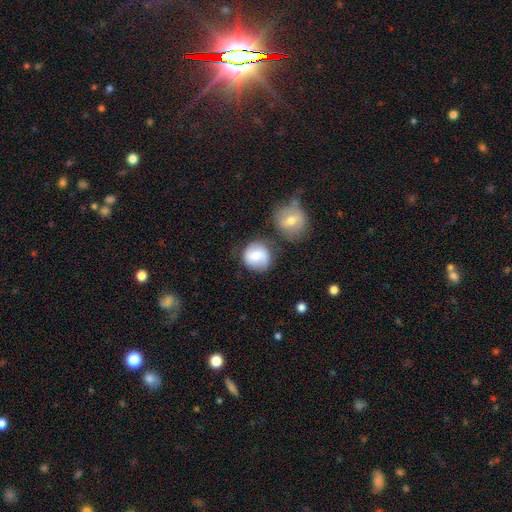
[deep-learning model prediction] A smooth galaxy with no disk features (65%) that is round (89%). Merging: none (64%).